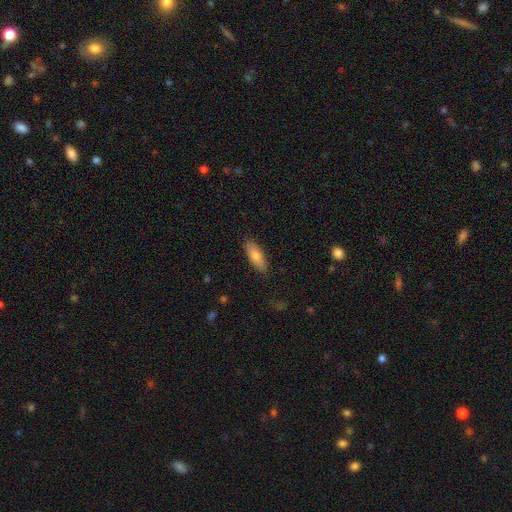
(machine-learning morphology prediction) Smooth or featured?
  - smooth: 77% *
  - featured or disk: 16%
  - star or artifact: 6%
How rounded?
  - in between: 65% *
  - cigar-shaped: 33%
  - round: 2%
Merging?
  - none: 87% *
  - minor disturbance: 10%
  - major disturbance: 2%
  - merger: 1%